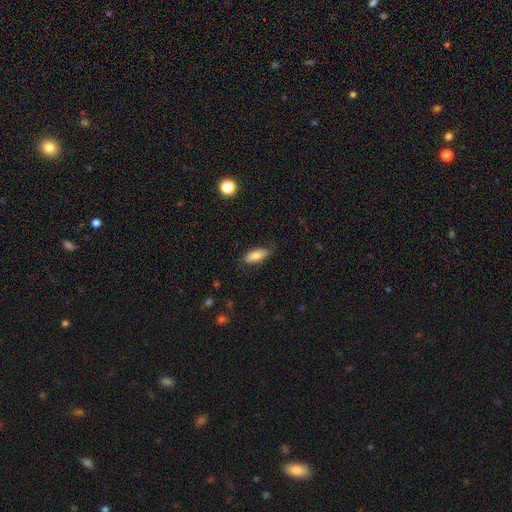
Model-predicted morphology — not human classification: This is likely a smooth galaxy (79%). How rounded: likely in between (79%). Merging: likely none (75%).